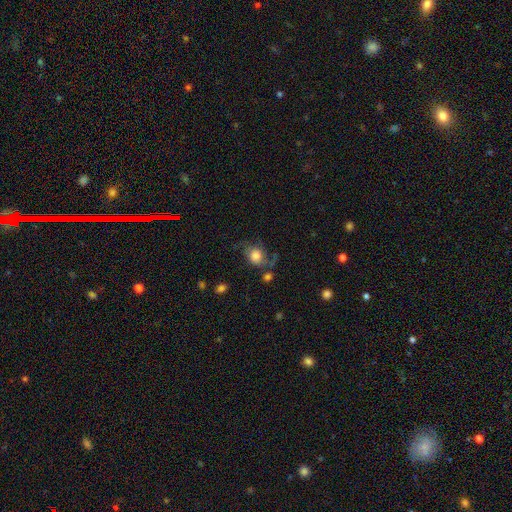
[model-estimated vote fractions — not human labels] smooth_or_featured: smooth (p=0.62) [alt: featured or disk p=0.28]
how_rounded: round (p=0.64) [alt: in between p=0.35]
merging: none (p=0.46) [alt: minor disturbance p=0.25]